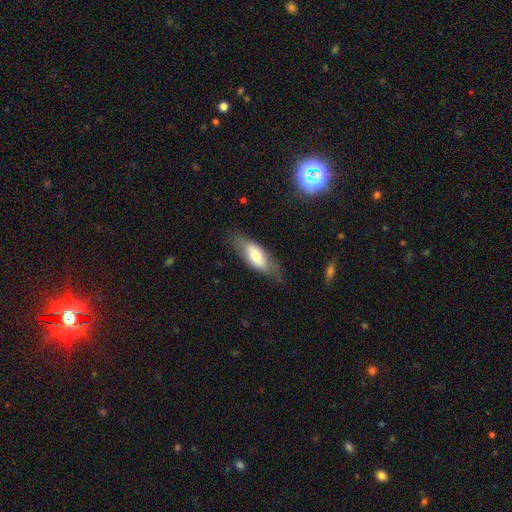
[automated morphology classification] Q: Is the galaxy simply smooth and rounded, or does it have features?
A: smooth — 62%.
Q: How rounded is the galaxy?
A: in between — 74%.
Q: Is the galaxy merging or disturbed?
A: none — 71%.